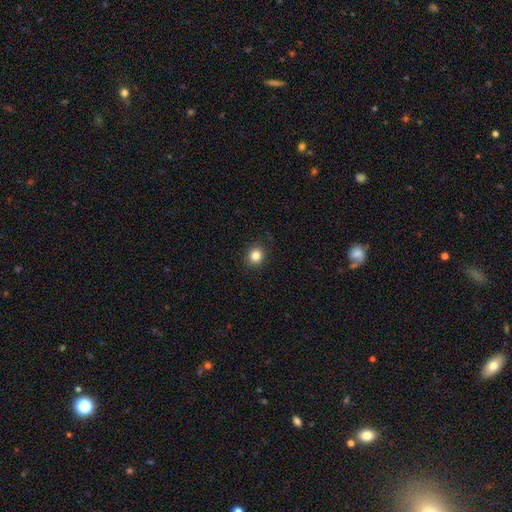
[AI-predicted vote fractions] Smooth or featured? Predicted: smooth (p=0.84). How rounded? Predicted: round (p=0.81). Merging? Predicted: none (p=0.88).